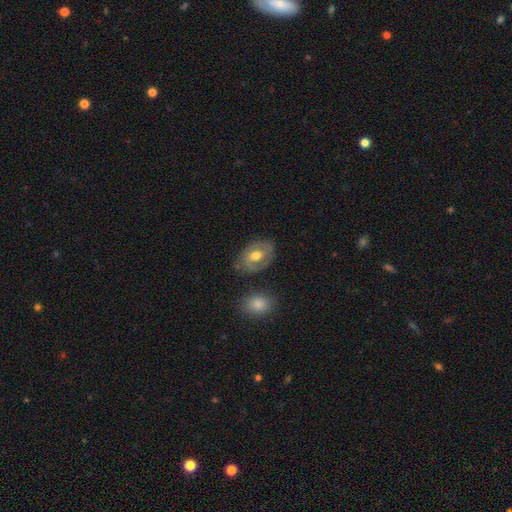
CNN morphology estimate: smooth-or-featured: featured or disk: 56% | smooth: 37% | star or artifact: 6%
  disk-edge-on: no: 94% | yes: 6%
    bar: no: 51% | weak: 38% | strong: 11%
    has-spiral-arms: yes: 56% | no: 44%
    bulge-size: moderate: 76% | small: 11% | large: 11% | none: 1% | dominant: 1%
  merging: none: 71% | minor disturbance: 19% | major disturbance: 7% | merger: 3%